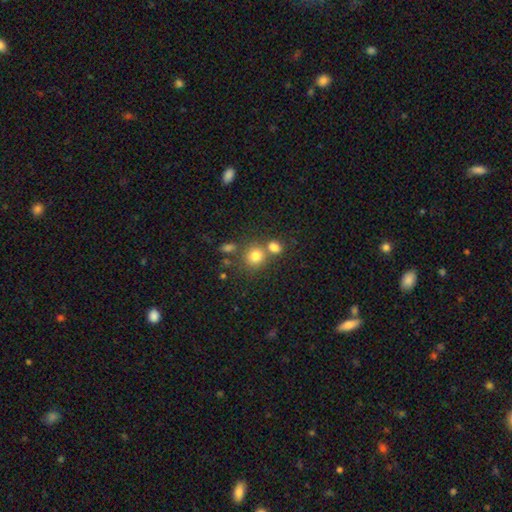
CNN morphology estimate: This is likely a smooth galaxy (78%). How rounded: likely round (80%). Merging: possibly none (57%).